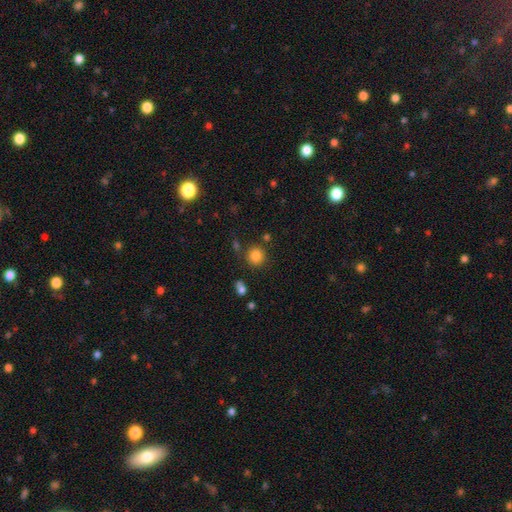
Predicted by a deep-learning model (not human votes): Overall: smooth (83%). How rounded: round (90%). Merging: none (82%).